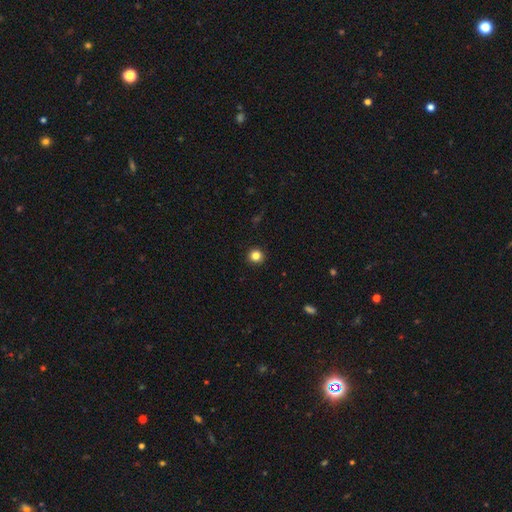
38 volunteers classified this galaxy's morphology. Q: Smooth or featured?
A: smooth (87%); runner-up: star or artifact (8%)
Q: How rounded?
A: round (97%); runner-up: in between (3%)
Q: Merging?
A: none (94%); runner-up: minor disturbance (6%)